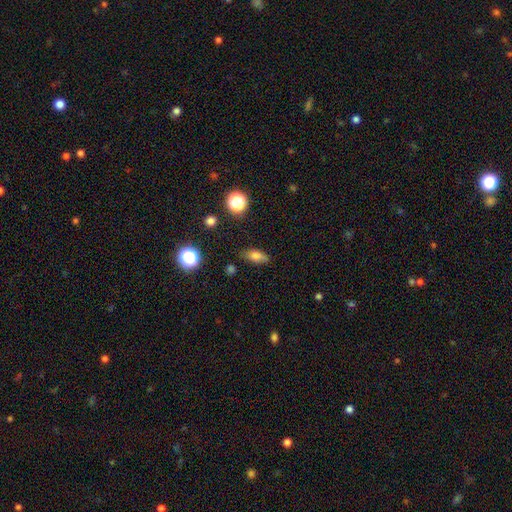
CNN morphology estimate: smooth_or_featured: smooth (p=0.74) [alt: featured or disk p=0.14]
how_rounded: in between (p=0.75) [alt: cigar-shaped p=0.16]
merging: none (p=0.74) [alt: minor disturbance p=0.19]